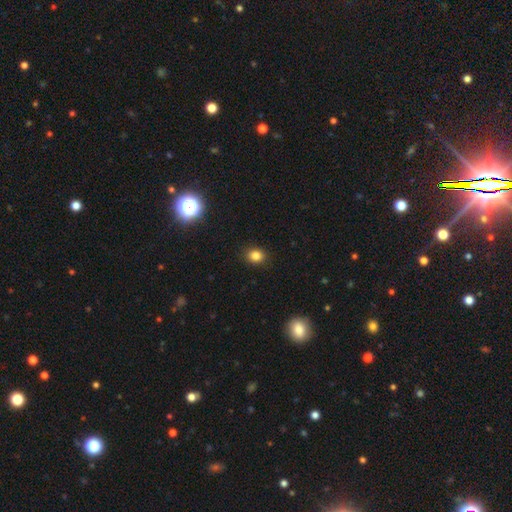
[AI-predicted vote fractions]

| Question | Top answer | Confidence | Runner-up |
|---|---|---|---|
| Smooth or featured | smooth | 83% | star or artifact (13%) |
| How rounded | round | 64% | in between (35%) |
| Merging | none | 90% | minor disturbance (7%) |